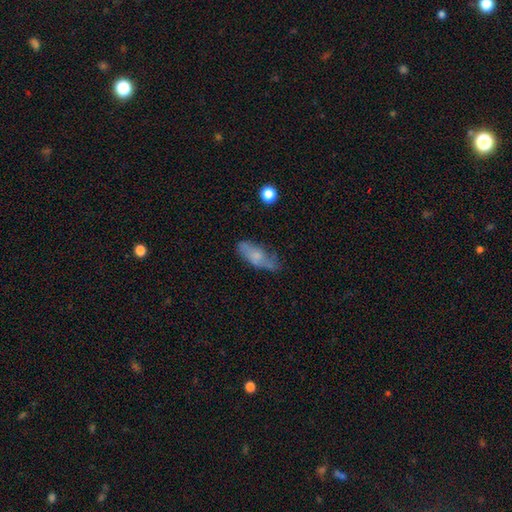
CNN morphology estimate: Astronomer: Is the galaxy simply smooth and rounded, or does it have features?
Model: smooth — 58% (runner-up: featured or disk, 34%).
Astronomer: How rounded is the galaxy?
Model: in between — 71%.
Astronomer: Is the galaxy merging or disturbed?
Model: none — 57%.